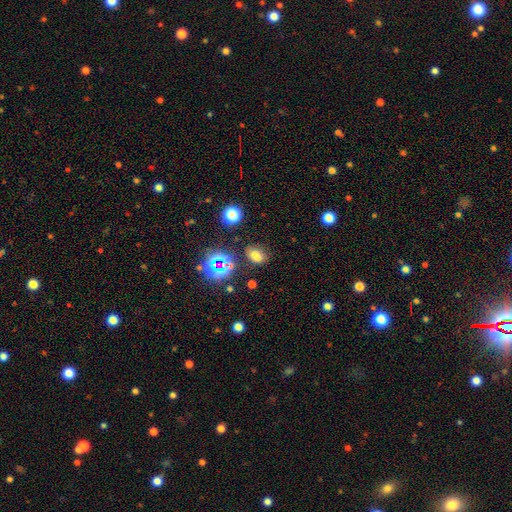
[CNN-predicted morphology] smooth_or_featured: smooth (p=0.63) [alt: star or artifact p=0.27]
how_rounded: in between (p=0.75) [alt: round p=0.23]
merging: none (p=0.66) [alt: minor disturbance p=0.16]